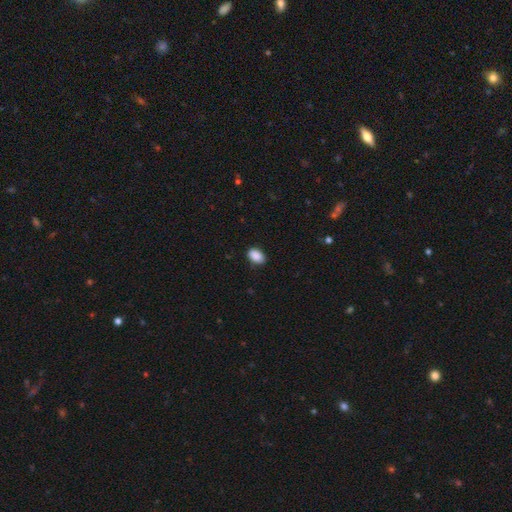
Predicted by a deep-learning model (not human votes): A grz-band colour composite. It shows a smooth galaxy with no disk features (90%) that is in between round and cigar-shaped (89%). Merging: none (85%).